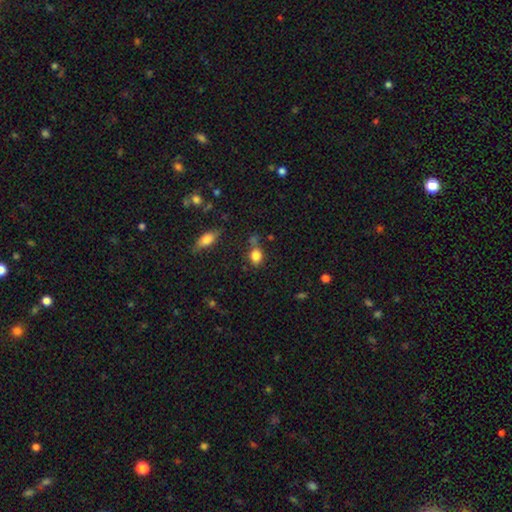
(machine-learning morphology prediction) A smooth galaxy with no disk features (82%) that is in between round and cigar-shaped (50%). Merging: none (60%).